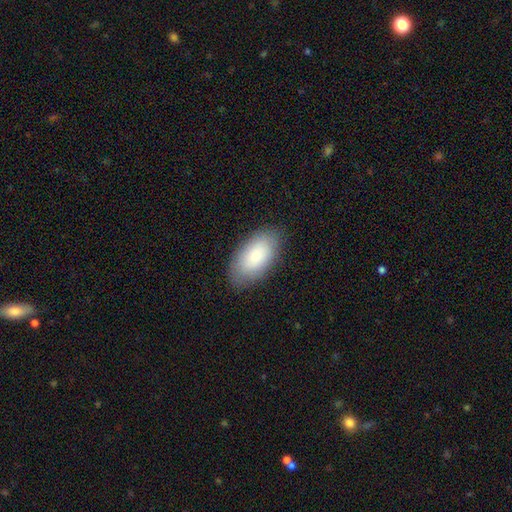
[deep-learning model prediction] smooth_or_featured: smooth (p=0.82) [alt: featured or disk p=0.12]
how_rounded: in between (p=0.95) [alt: round p=0.03]
merging: none (p=0.85) [alt: minor disturbance p=0.11]